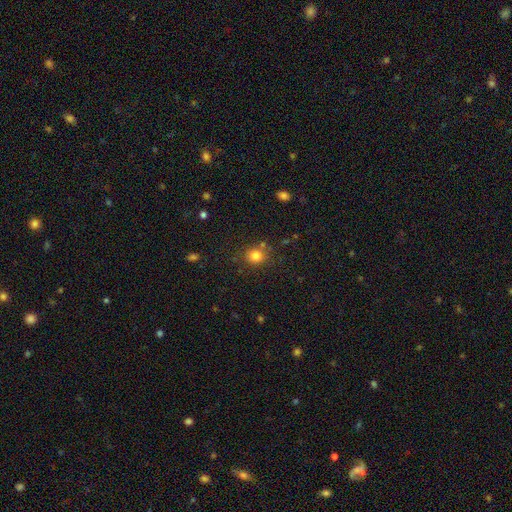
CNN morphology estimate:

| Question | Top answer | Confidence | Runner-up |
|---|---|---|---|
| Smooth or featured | smooth | 80% | star or artifact (13%) |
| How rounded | round | 82% | in between (17%) |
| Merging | none | 76% | minor disturbance (12%) |